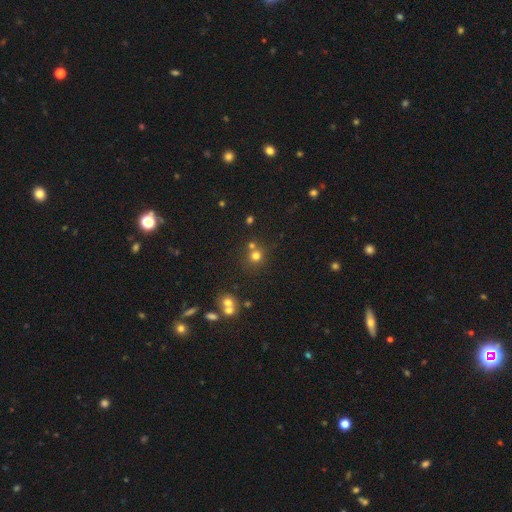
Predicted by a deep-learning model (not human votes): Smooth or featured? Predicted: smooth (p=0.71). How rounded? Predicted: round (p=0.90). Merging? Predicted: none (p=0.63).